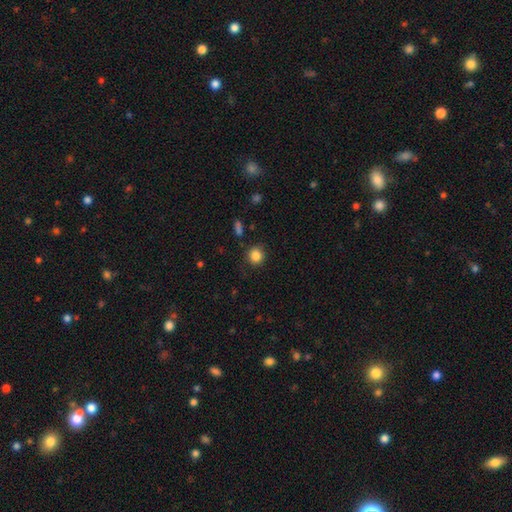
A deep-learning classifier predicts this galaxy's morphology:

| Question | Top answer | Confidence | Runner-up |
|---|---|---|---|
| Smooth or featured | smooth | 85% | star or artifact (10%) |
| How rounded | round | 88% | in between (11%) |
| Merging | none | 86% | minor disturbance (9%) |